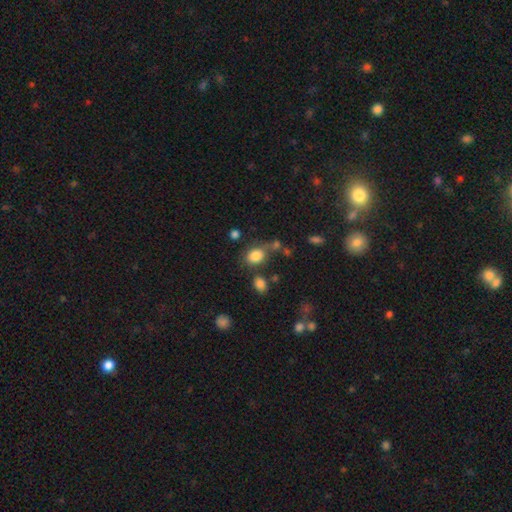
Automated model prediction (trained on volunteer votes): Smooth or featured? smooth (83%)
How rounded? in between (57%)
Merging? none (61%)